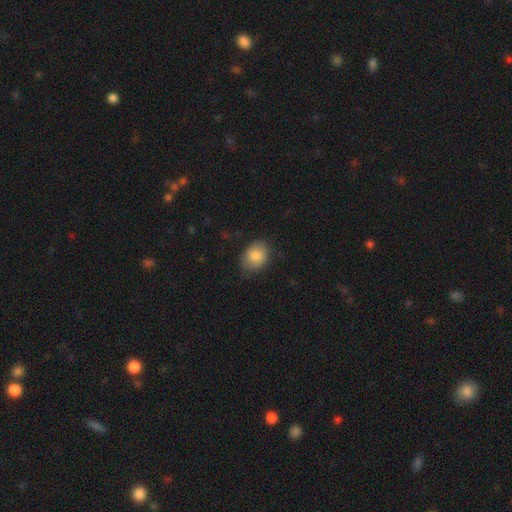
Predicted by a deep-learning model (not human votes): A smooth galaxy with no disk features (84%) that is in between round and cigar-shaped (67%).

Vote fractions:
- Smooth or featured? smooth: 84% / featured or disk: 9% / star or artifact: 7%
- How rounded? in between: 67% / round: 32% / cigar-shaped: 1%
- Merging? none: 73% / minor disturbance: 21% / major disturbance: 4% / merger: 1%